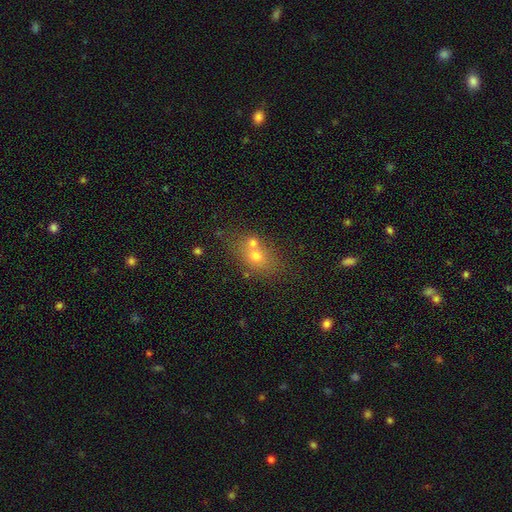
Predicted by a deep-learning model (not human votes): Smooth or featured?
  - smooth: 64% *
  - featured or disk: 20%
  - star or artifact: 16%
How rounded?
  - in between: 50% *
  - round: 48%
  - cigar-shaped: 2%
Merging?
  - merger: 44% *
  - none: 43%
  - minor disturbance: 9%
  - major disturbance: 4%